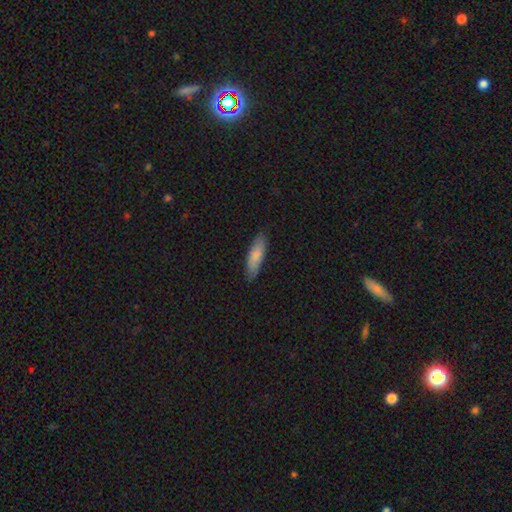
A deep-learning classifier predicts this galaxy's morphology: Smooth or featured? smooth (83%)
How rounded? cigar-shaped (60%)
Merging? none (85%)